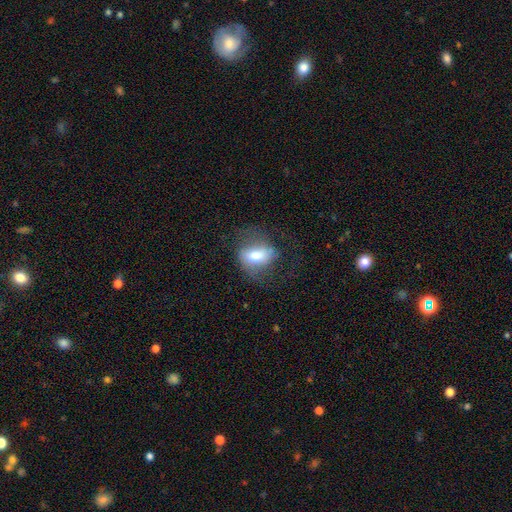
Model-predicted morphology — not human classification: Overall: smooth (60%; featured or disk 31%). How rounded: in between (77%). Merging: none (50%; minor disturbance 25%).